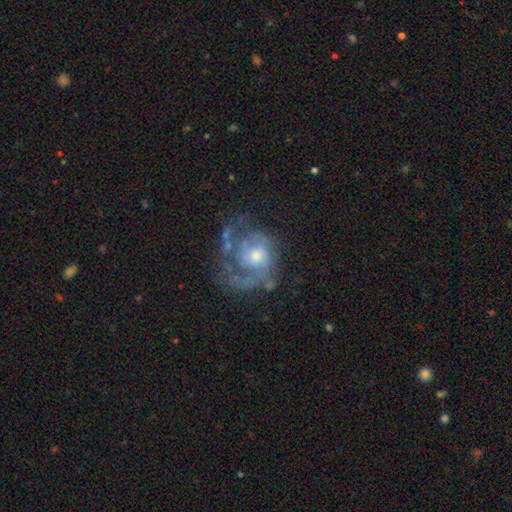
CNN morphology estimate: Smooth or featured: featured or disk — 85% (smooth — 9%)
Edge-on disk: no — 98% (yes — 2%)
Bar: no — 71% (weak — 25%)
Spiral arms: yes — 93% (no — 7%)
Spiral winding: tight — 49% (medium — 39%)
Spiral arm count: 2 — 43% (1 — 19%)
Bulge size: moderate — 56% (small — 35%)
Merging: none — 55% (major disturbance — 21%)